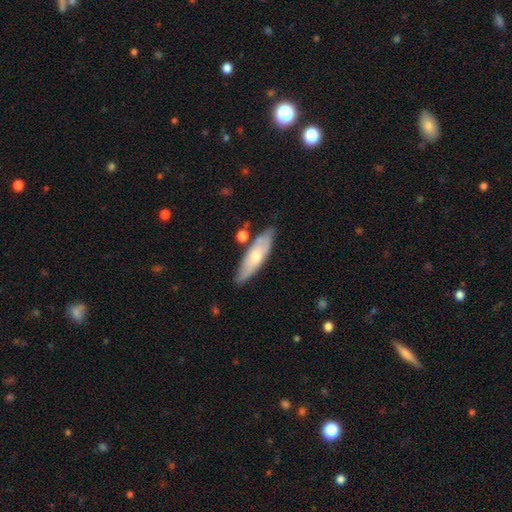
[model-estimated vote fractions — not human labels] This is possibly a smooth galaxy (53%). How rounded: possibly cigar-shaped (51%). Merging: likely none (75%).